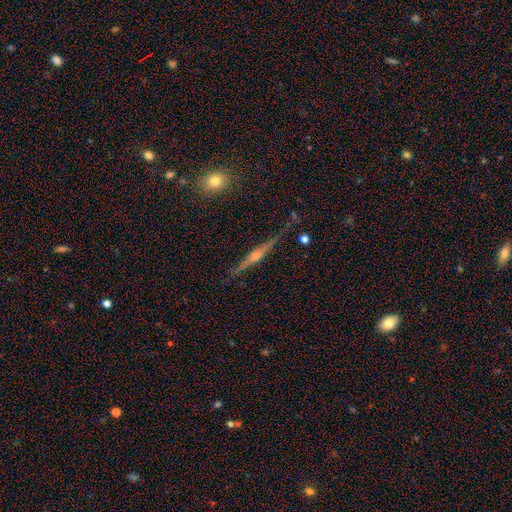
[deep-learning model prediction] This is likely a featured or disk galaxy (79%). It is clearly viewed edge-on (98%). Edge-on bulge: clearly rounded (81%). Merging: clearly none (84%).